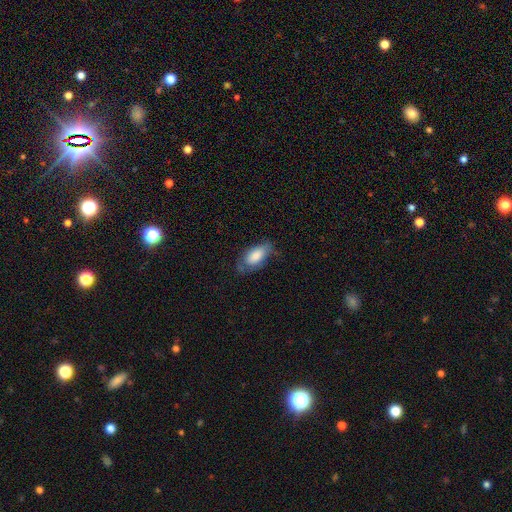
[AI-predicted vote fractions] Smooth or featured? smooth (76%)
How rounded? in between (88%)
Merging? none (56%)